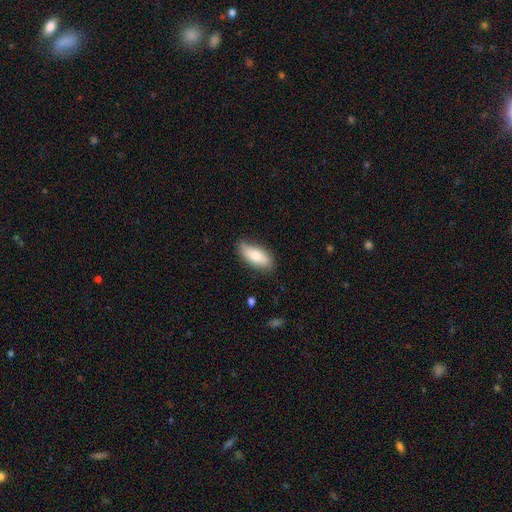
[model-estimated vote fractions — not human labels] Morphology: type=smooth (75%); roundness=in between (85%); merging=none (71%).